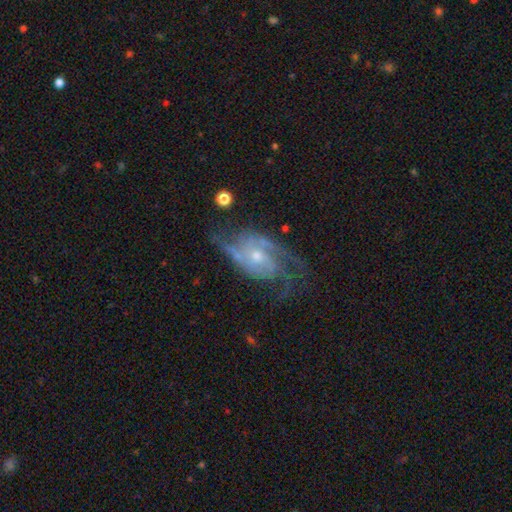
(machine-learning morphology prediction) Smooth or featured?
  - featured or disk: 87% *
  - smooth: 8%
  - star or artifact: 6%
Edge-on disk?
  - no: 96% *
  - yes: 4%
Bar?
  - no: 66% *
  - weak: 28%
  - strong: 6%
Spiral arms?
  - yes: 95% *
  - no: 5%
Spiral winding?
  - medium: 45% *
  - tight: 33%
  - loose: 21%
Spiral arm count?
  - 2: 49% *
  - can't tell: 19%
  - 3: 18%
  - 4: 5%
  - 1: 5%
  - more than 4: 4%
Bulge size?
  - small: 51% *
  - moderate: 43%
  - large: 2%
  - none: 2%
  - dominant: 1%
Merging?
  - none: 56% *
  - minor disturbance: 22%
  - major disturbance: 19%
  - merger: 3%